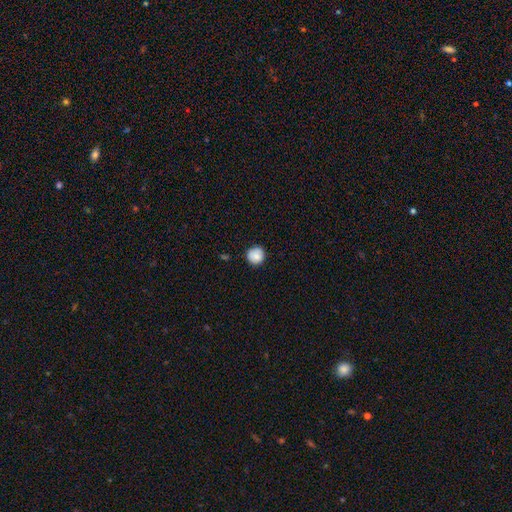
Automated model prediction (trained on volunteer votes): Smooth or featured? Predicted: smooth (p=0.82). How rounded? Predicted: round (p=0.93). Merging? Predicted: none (p=0.84).